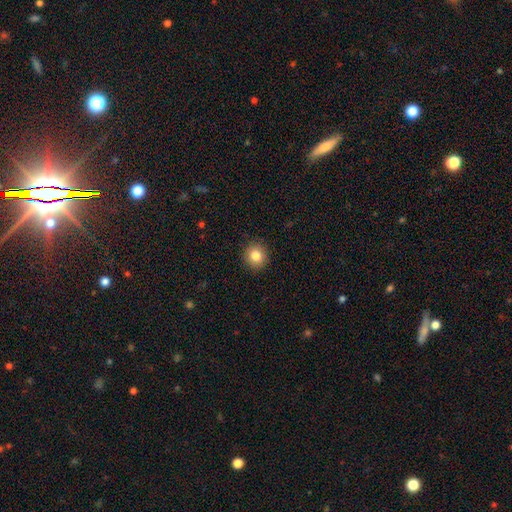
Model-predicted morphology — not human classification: smooth 83%, star or artifact 10%, featured or disk 7%. Down the decision tree: how rounded — round (90%); merging — none (91%).